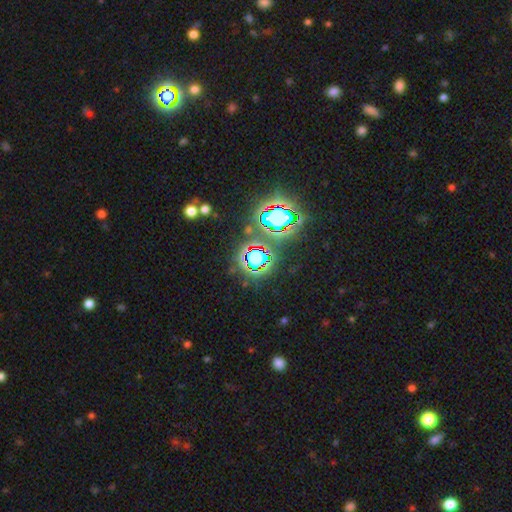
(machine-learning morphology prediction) type=star or artifact (72%).